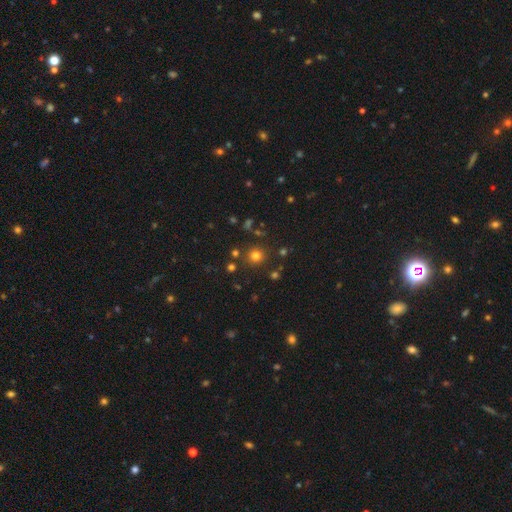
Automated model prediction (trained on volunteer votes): smooth 75%, star or artifact 19%, featured or disk 6%. Down the decision tree: how rounded — round (92%); merging — none (86%).